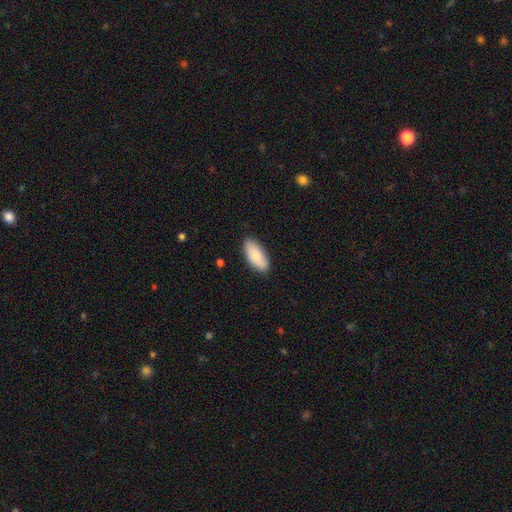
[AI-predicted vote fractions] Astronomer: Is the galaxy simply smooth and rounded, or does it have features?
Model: smooth — 83%.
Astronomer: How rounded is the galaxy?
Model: in between — 87%.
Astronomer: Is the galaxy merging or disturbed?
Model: none — 87%.